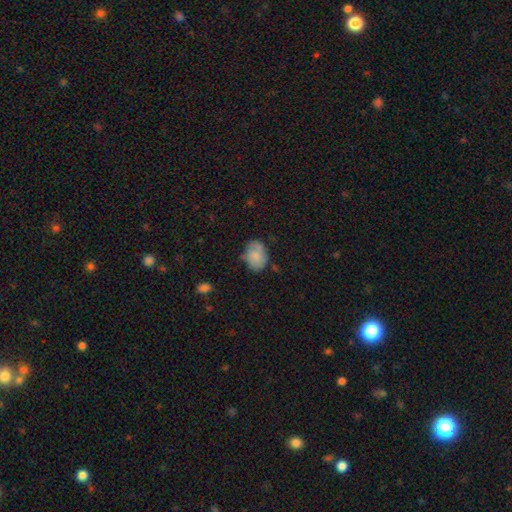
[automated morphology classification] smooth 73%, featured or disk 19%, star or artifact 8%. Down the decision tree: how rounded — in between (68%); merging — none (59%).